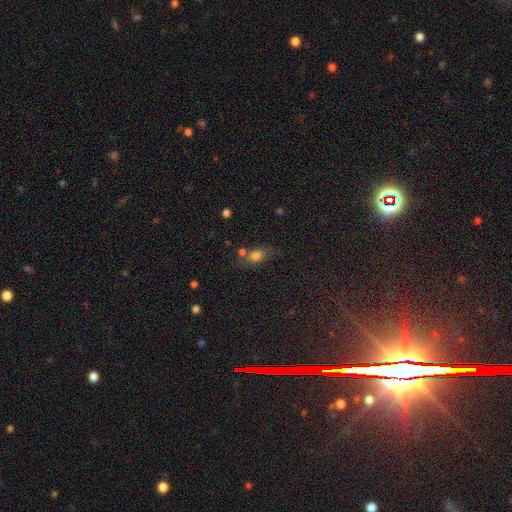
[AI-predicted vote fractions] Smooth or featured: smooth — 75% (star or artifact — 13%)
How rounded: in between — 69% (round — 24%)
Merging: none — 57% (merger — 18%)